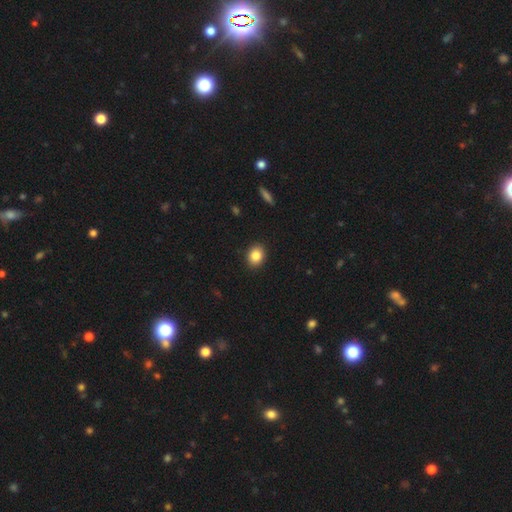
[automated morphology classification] smooth-or-featured: smooth: 85% | star or artifact: 9% | featured or disk: 6%
  how-rounded: in between: 53% | round: 46% | cigar-shaped: 1%
  merging: none: 91% | minor disturbance: 7% | major disturbance: 2% | merger: 1%